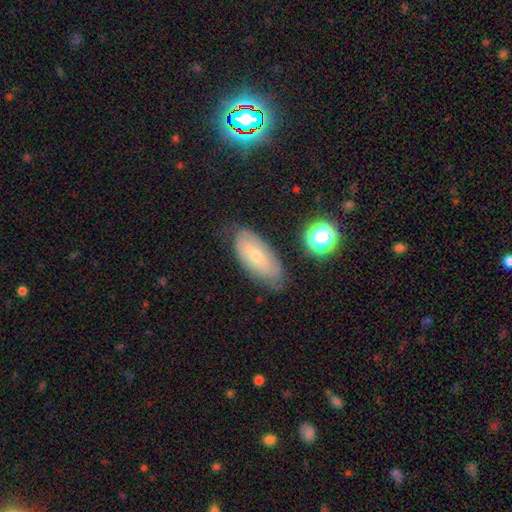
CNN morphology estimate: Smooth or featured? Predicted: smooth (p=0.52). How rounded? Predicted: in between (p=0.87). Merging? Predicted: none (p=0.68).